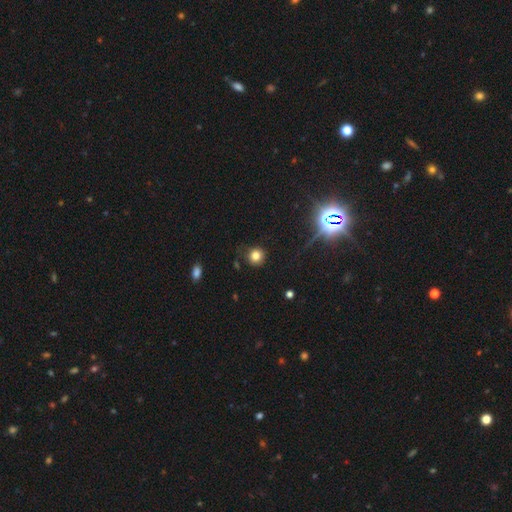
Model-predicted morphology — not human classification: smooth 79%, star or artifact 15%, featured or disk 6%. Down the decision tree: how rounded — round (91%); merging — none (86%).